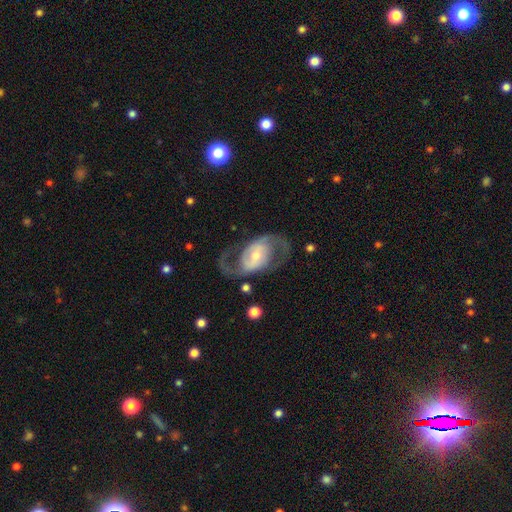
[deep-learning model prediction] featured or disk 85%, smooth 10%, star or artifact 5%. Down the decision tree: edge-on disk — no (96%); bar — weak (41%); spiral arms — yes (90%); spiral arm count — 2 (90%); spiral winding — medium (52%); bulge size — small (46%); merging — none (68%).